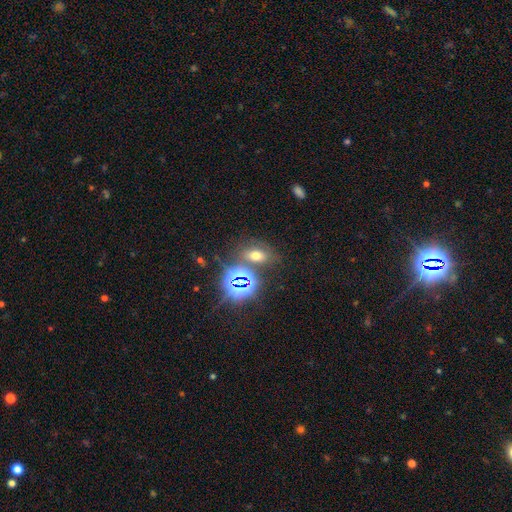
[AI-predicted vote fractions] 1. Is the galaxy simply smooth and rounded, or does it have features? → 52% smooth, 37% star or artifact, 11% featured or disk.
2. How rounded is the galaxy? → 78% in between, 18% round, 4% cigar-shaped.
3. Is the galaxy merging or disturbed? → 72% none, 12% minor disturbance, 11% merger, 5% major disturbance.